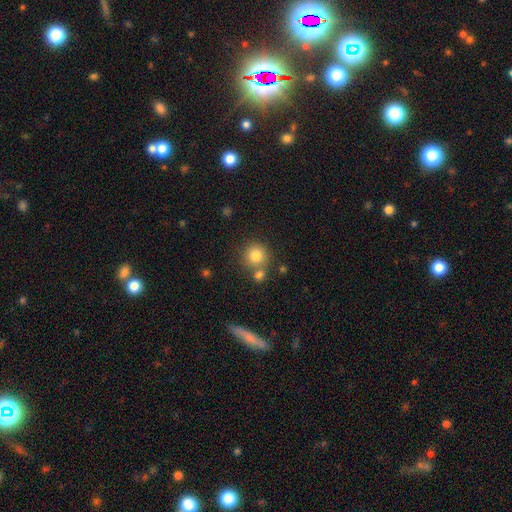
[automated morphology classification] Overall: smooth (80%). How rounded: round (92%). Merging: none (66%).